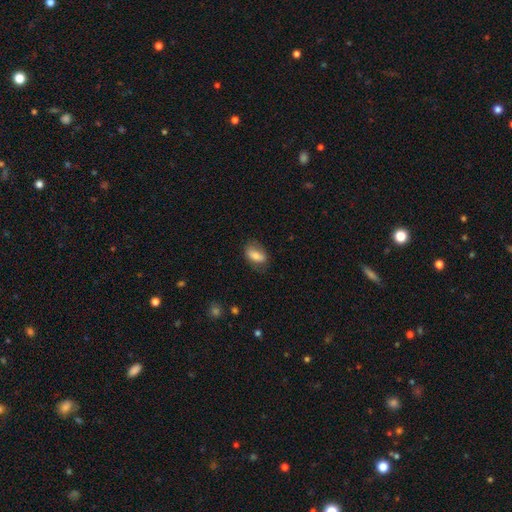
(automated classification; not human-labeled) The model was most divided on "merging": none: 69%, minor disturbance: 22%, major disturbance: 7%, merger: 1%. More confident: how rounded — in between (87%); smooth or featured — smooth (78%).